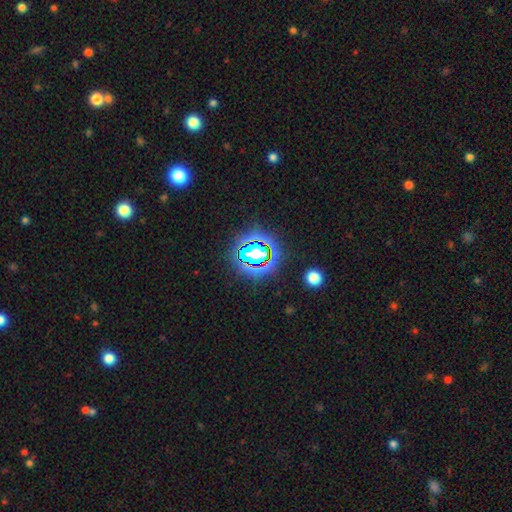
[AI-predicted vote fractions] smooth-or-featured: star or artifact: 62% | smooth: 25% | featured or disk: 13%